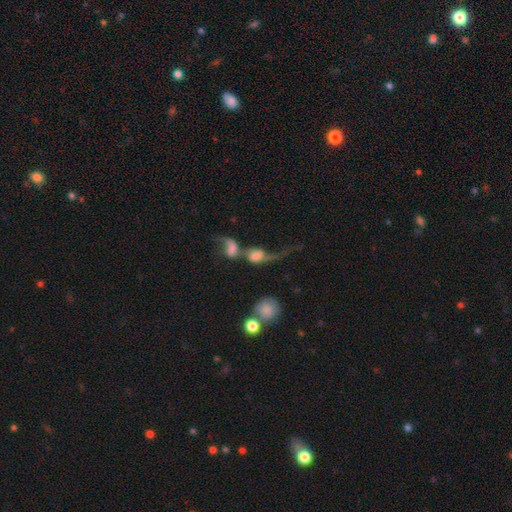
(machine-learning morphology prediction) featured or disk 46%, smooth 43%, star or artifact 11%. Down the decision tree: merging — merger (71%).